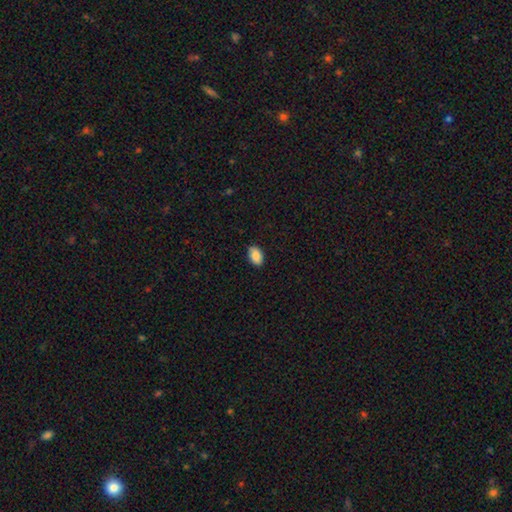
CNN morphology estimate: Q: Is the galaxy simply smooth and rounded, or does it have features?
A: smooth — 86%.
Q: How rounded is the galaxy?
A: in between — 91%.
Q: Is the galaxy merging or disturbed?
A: none — 86%.